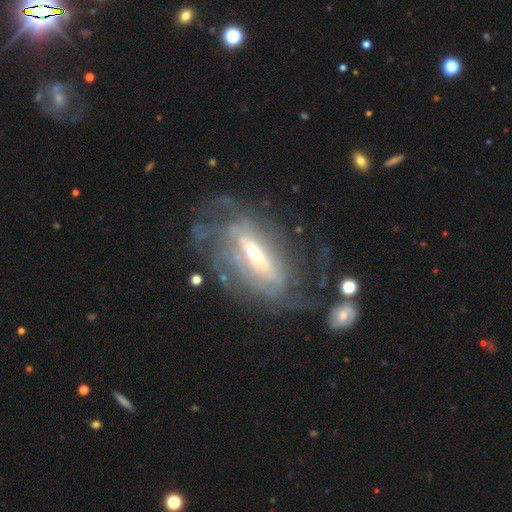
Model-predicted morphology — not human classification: This is likely a featured or disk galaxy (78%). It is clearly not viewed edge-on (84%). Bar: marginally strong (41%). Spiral arm pattern: likely yes (75%). Central bulge: marginally moderate (42%). Merging: marginally none (43%).